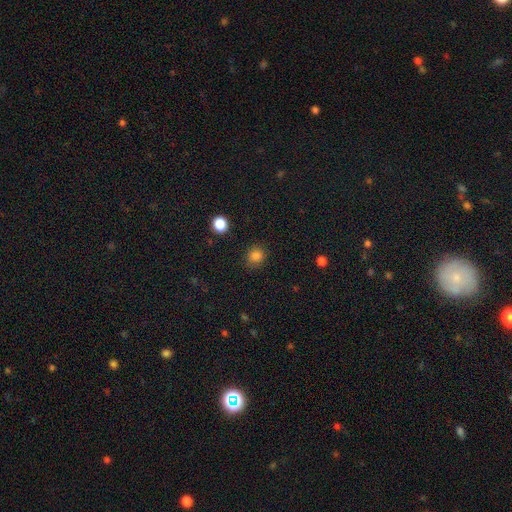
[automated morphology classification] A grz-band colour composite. It shows a smooth galaxy with no disk features (84%) that is round (82%). Merging: none (83%).